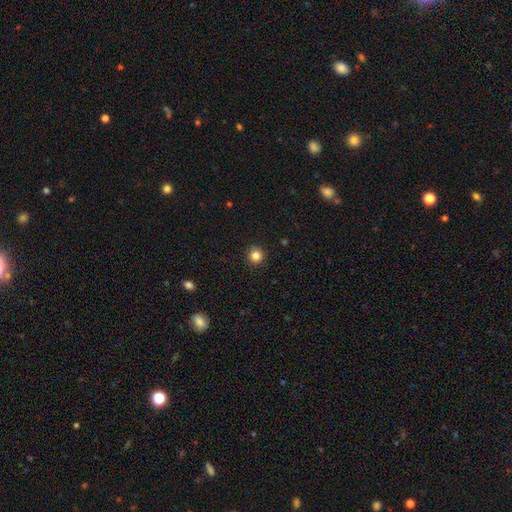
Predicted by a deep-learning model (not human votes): The model was most divided on "smooth or featured": smooth: 84%, star or artifact: 11%, featured or disk: 5%. More confident: how rounded — round (94%); merging — none (91%).